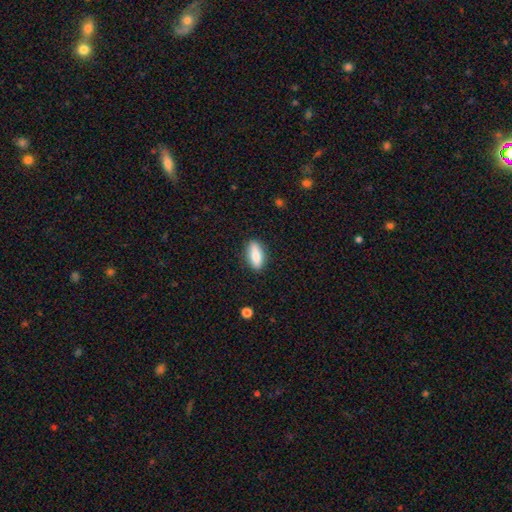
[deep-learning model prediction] smooth_or_featured: smooth (p=0.82) [alt: featured or disk p=0.11]
how_rounded: in between (p=0.75) [alt: cigar-shaped p=0.22]
merging: none (p=0.86) [alt: minor disturbance p=0.11]